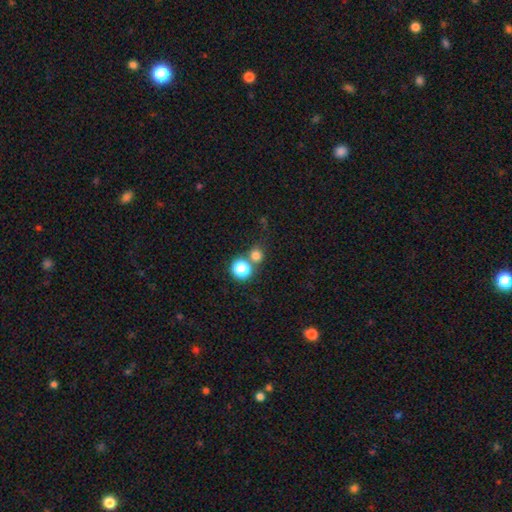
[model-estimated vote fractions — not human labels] Morphology: type=smooth (75%); roundness=round (87%); merging=none (62%).